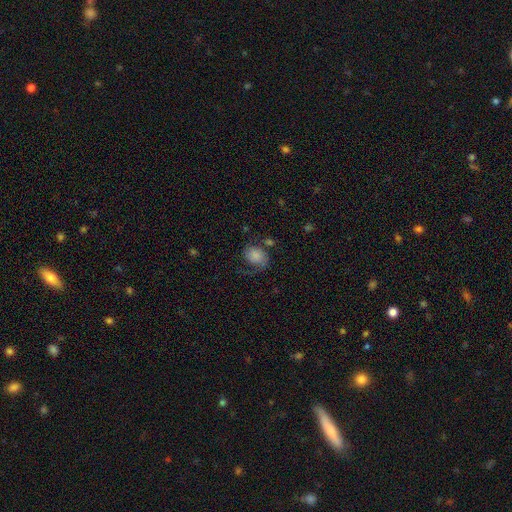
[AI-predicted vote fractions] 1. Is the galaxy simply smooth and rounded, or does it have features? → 56% smooth, 34% featured or disk, 10% star or artifact.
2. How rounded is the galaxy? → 52% in between, 47% round, 1% cigar-shaped.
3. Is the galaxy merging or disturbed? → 43% none, 28% major disturbance, 23% minor disturbance, 6% merger.